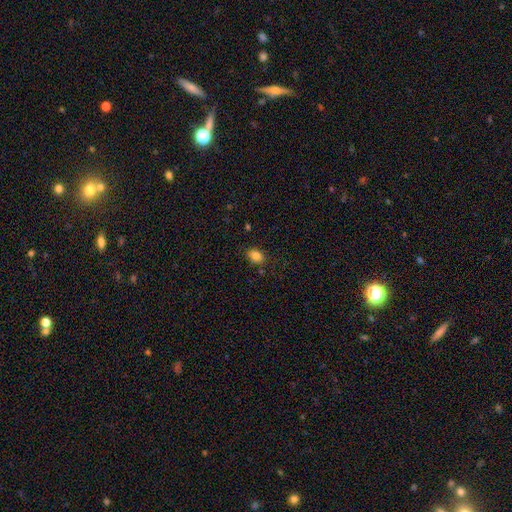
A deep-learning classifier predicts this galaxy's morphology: A smooth galaxy with no disk features (84%) that is in between round and cigar-shaped (72%).

Vote fractions:
- Smooth or featured? smooth: 84% / star or artifact: 11% / featured or disk: 6%
- How rounded? in between: 72% / round: 27% / cigar-shaped: 1%
- Merging? none: 80% / minor disturbance: 14% / major disturbance: 3% / merger: 3%